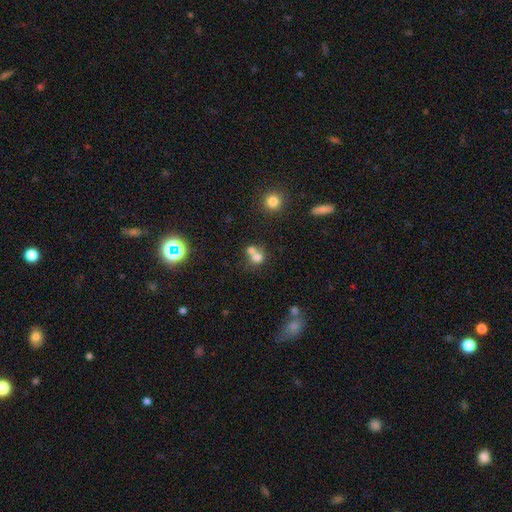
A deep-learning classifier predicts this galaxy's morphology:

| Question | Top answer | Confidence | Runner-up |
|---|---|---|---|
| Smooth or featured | smooth | 70% | featured or disk (15%) |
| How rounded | round | 74% | in between (25%) |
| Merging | merger | 59% | none (32%) |